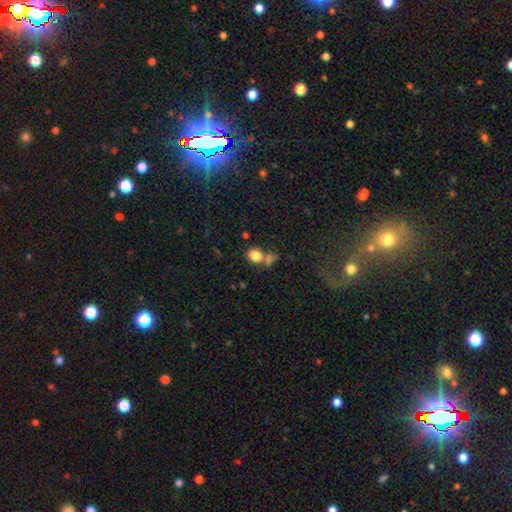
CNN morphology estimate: Overall: smooth (82%). How rounded: round (55%; in between 44%). Merging: none (48%; merger 36%).